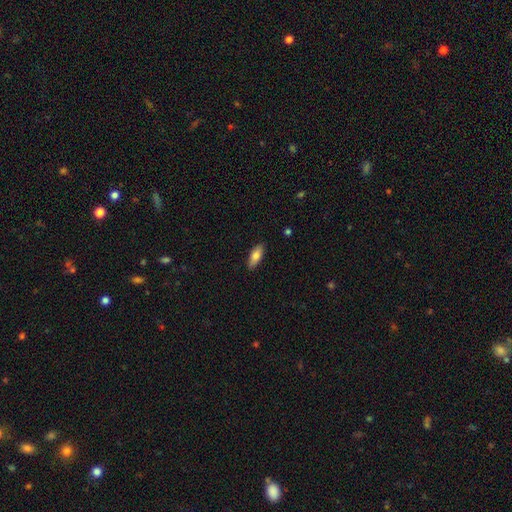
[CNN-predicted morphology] smooth_or_featured: smooth (p=0.79) [alt: featured or disk p=0.15]
how_rounded: in between (p=0.77) [alt: cigar-shaped p=0.21]
merging: none (p=0.88) [alt: minor disturbance p=0.09]